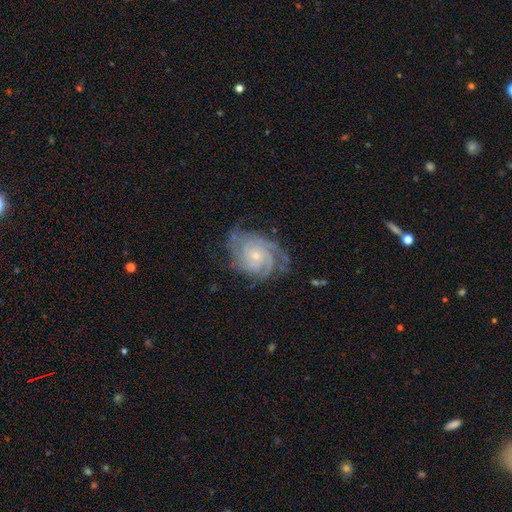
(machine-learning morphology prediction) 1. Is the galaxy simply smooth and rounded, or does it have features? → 88% featured or disk, 6% smooth, 6% star or artifact.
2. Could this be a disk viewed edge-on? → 97% no, 3% yes.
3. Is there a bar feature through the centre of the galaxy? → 75% no, 21% weak, 4% strong.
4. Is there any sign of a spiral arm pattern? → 98% yes, 2% no.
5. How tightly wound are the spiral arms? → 69% tight, 26% medium, 5% loose.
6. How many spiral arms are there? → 29% 4, 26% 3, 19% can't tell, 11% 2, 8% more than 4, 6% 1.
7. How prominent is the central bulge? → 73% small, 24% moderate, 2% none, 1% large, 1% dominant.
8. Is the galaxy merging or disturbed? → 71% none, 20% minor disturbance, 8% major disturbance, 1% merger.